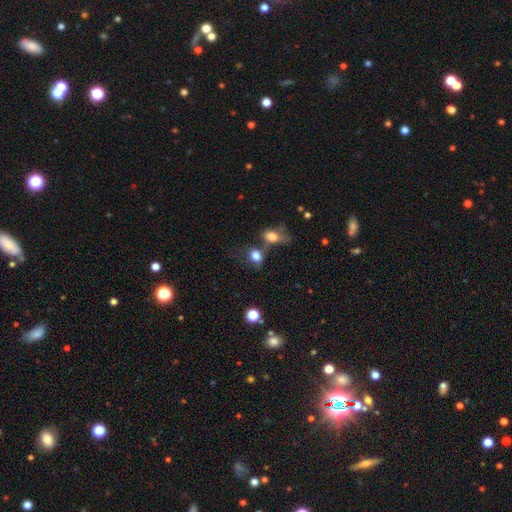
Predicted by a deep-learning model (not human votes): Smooth or featured? smooth (79%)
How rounded? in between (57%)
Merging? merger (41%)